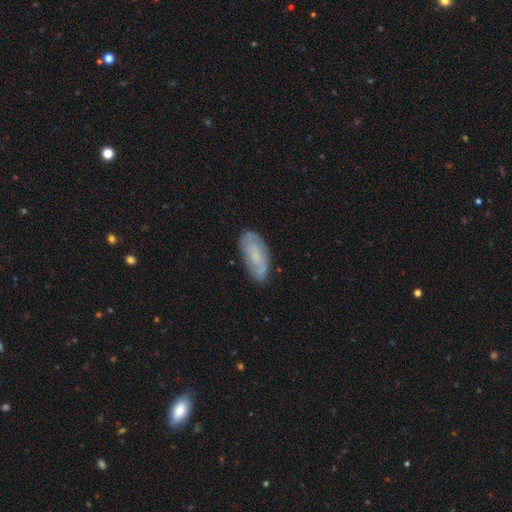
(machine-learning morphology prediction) Smooth or featured?
  - smooth: 49% *
  - featured or disk: 43%
  - star or artifact: 8%
Merging?
  - none: 75% *
  - minor disturbance: 19%
  - major disturbance: 4%
  - merger: 2%